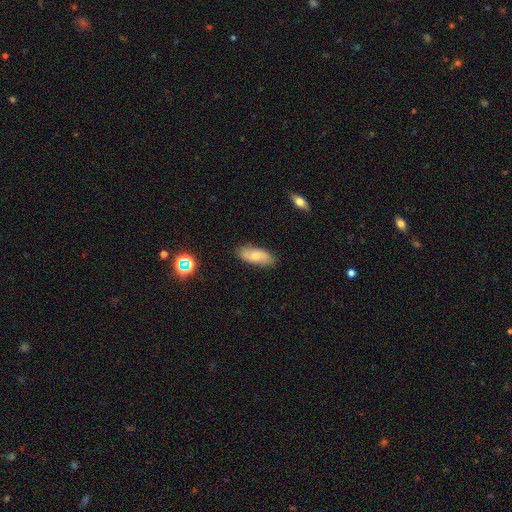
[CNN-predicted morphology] smooth_or_featured: smooth (p=0.71) [alt: featured or disk p=0.22]
how_rounded: in between (p=0.79) [alt: cigar-shaped p=0.18]
merging: none (p=0.84) [alt: minor disturbance p=0.12]